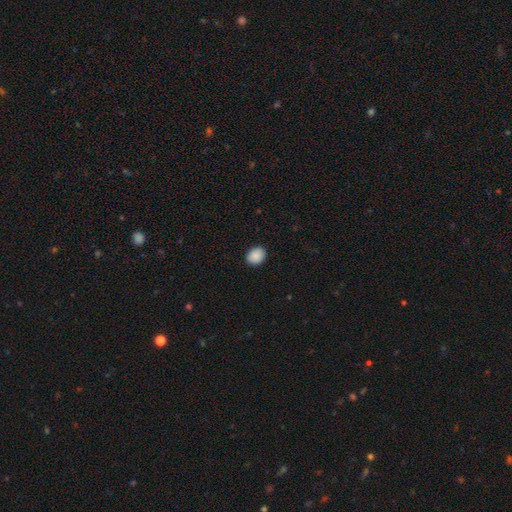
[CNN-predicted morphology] smooth 89%, star or artifact 8%, featured or disk 3%. Down the decision tree: how rounded — round (53%); merging — none (90%).